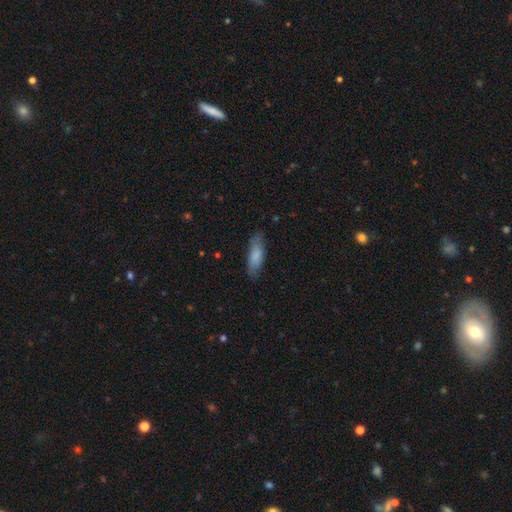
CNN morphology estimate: Q: Smooth or featured?
A: smooth (78%); runner-up: featured or disk (16%)
Q: How rounded?
A: in between (56%); runner-up: cigar-shaped (42%)
Q: Merging?
A: none (74%); runner-up: minor disturbance (20%)